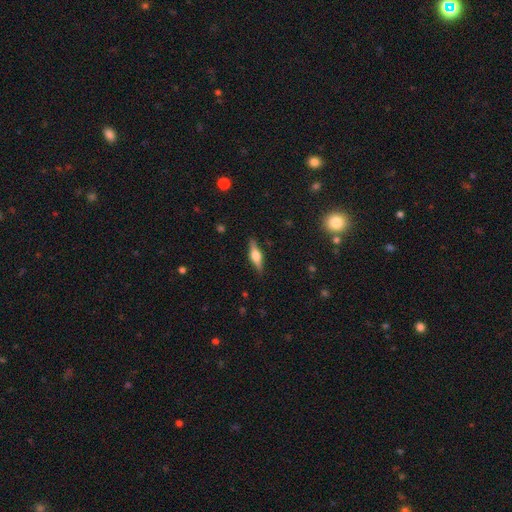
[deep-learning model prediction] Morphology: type=featured or disk (56%); edge-on=yes (95%); edge-on bulge=rounded (89%); merging=none (88%).